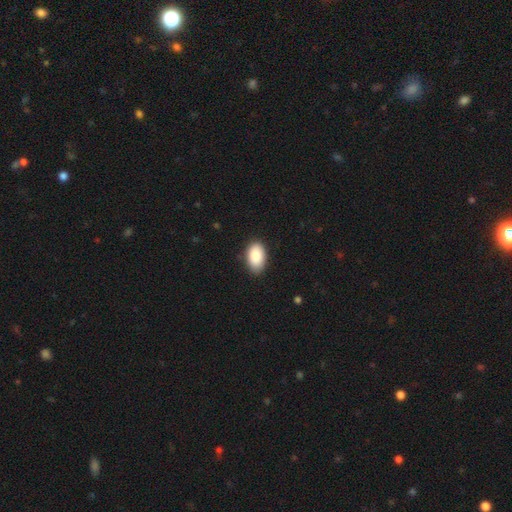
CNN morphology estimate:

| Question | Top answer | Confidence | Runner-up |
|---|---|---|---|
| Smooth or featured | smooth | 89% | star or artifact (7%) |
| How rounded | in between | 94% | round (4%) |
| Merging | none | 84% | minor disturbance (13%) |